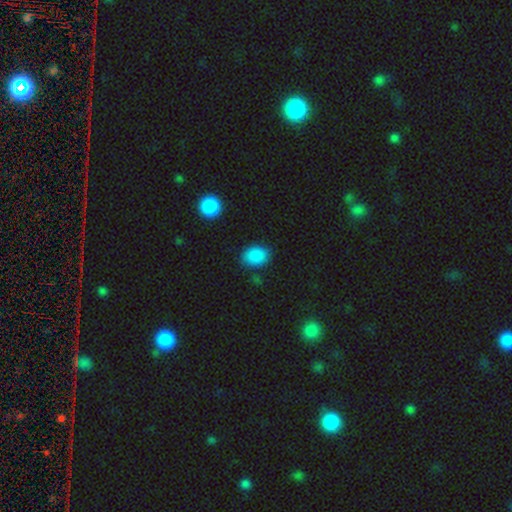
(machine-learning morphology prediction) Smooth or featured? Predicted: smooth (p=0.88). How rounded? Predicted: in between (p=0.65). Merging? Predicted: none (p=0.80).